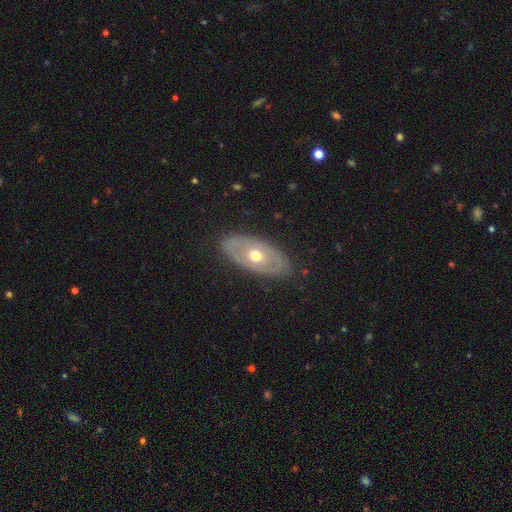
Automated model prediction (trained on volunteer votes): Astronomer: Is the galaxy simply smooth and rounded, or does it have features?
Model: featured or disk — 60%.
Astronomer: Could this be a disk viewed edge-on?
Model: no — 85%.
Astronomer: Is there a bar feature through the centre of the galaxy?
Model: no — 92%.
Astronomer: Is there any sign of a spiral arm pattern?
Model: no — 84%.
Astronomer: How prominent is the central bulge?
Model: moderate — 76%.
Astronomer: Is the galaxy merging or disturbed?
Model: none — 84%.